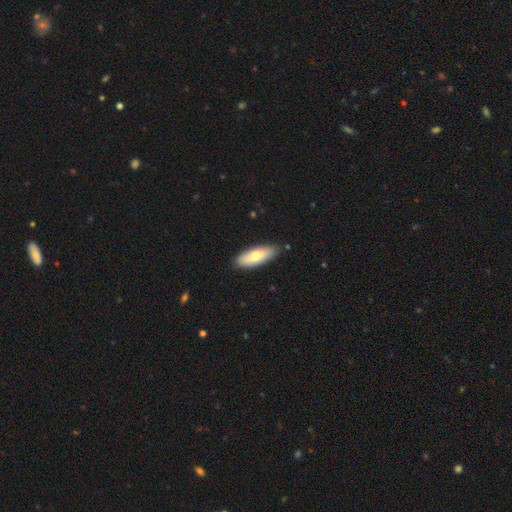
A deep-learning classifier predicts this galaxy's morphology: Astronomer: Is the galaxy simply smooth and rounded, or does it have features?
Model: smooth — 69%.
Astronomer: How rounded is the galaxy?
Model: in between — 73%.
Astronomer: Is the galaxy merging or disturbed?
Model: none — 85%.